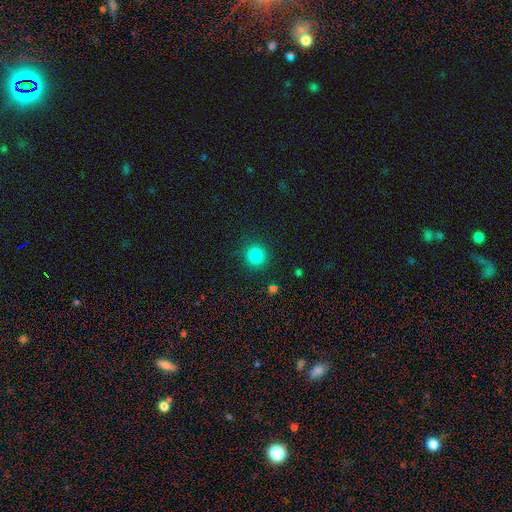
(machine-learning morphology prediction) Smooth or featured? Predicted: smooth (p=0.84). How rounded? Predicted: round (p=0.92). Merging? Predicted: none (p=0.89).